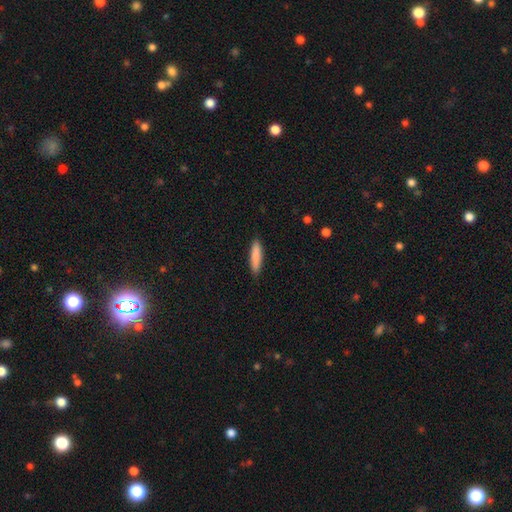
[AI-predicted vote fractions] Q: Smooth or featured?
A: smooth (87%); runner-up: featured or disk (8%)
Q: How rounded?
A: cigar-shaped (79%); runner-up: in between (20%)
Q: Merging?
A: none (87%); runner-up: minor disturbance (10%)